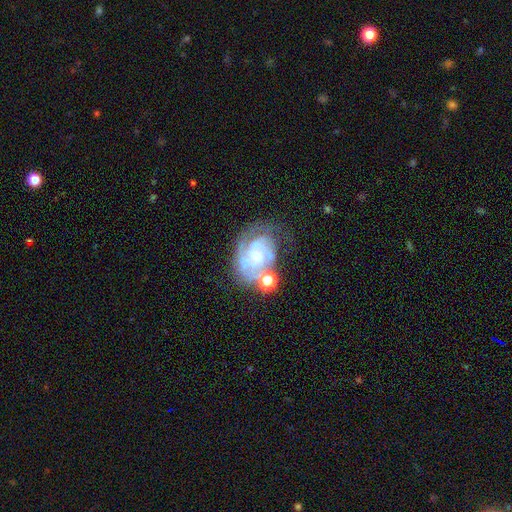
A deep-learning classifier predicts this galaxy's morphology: Smooth or featured: featured or disk — 80% (smooth — 11%)
Edge-on disk: no — 98% (yes — 2%)
Bar: no — 59% (weak — 32%)
Spiral arms: yes — 93% (no — 7%)
Spiral winding: tight — 59% (medium — 33%)
Spiral arm count: 2 — 38% (can't tell — 27%)
Bulge size: small — 64% (moderate — 19%)
Merging: none — 49% (minor disturbance — 20%)